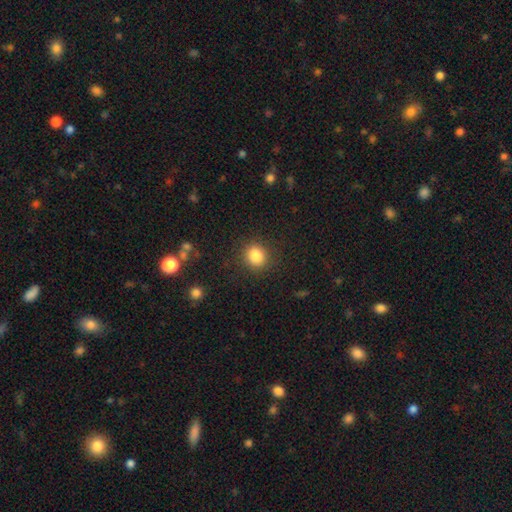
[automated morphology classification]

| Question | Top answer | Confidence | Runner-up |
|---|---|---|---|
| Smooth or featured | smooth | 84% | star or artifact (11%) |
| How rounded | round | 82% | in between (17%) |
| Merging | none | 88% | minor disturbance (8%) |